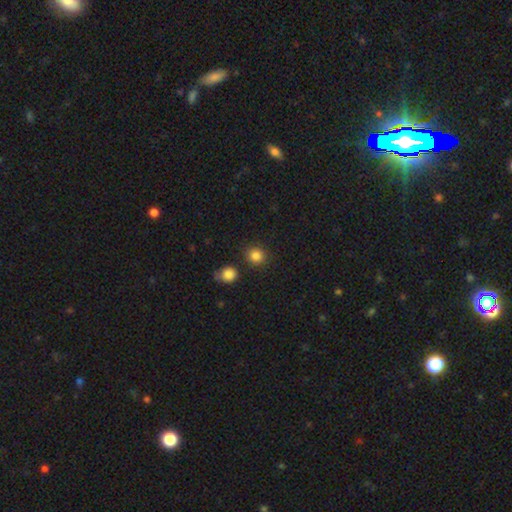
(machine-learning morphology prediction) Smooth or featured?
  - smooth: 85% *
  - star or artifact: 11%
  - featured or disk: 4%
How rounded?
  - round: 85% *
  - in between: 14%
  - cigar-shaped: 1%
Merging?
  - none: 84% *
  - minor disturbance: 8%
  - merger: 6%
  - major disturbance: 3%